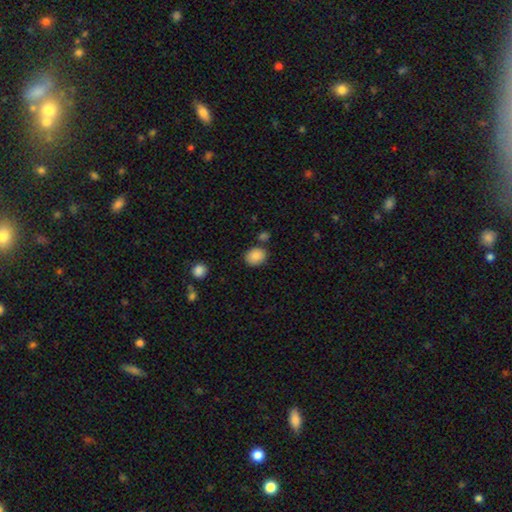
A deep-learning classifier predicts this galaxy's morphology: Smooth or featured? Predicted: smooth (p=0.87). How rounded? Predicted: round (p=0.58). Merging? Predicted: none (p=0.76).